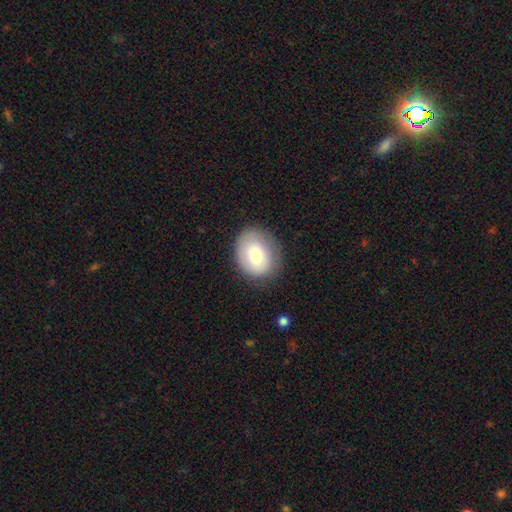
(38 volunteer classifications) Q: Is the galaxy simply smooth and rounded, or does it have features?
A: smooth — 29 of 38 (76%).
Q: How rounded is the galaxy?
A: round — 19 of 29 (66%).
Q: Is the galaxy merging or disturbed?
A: none — 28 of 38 (74%).